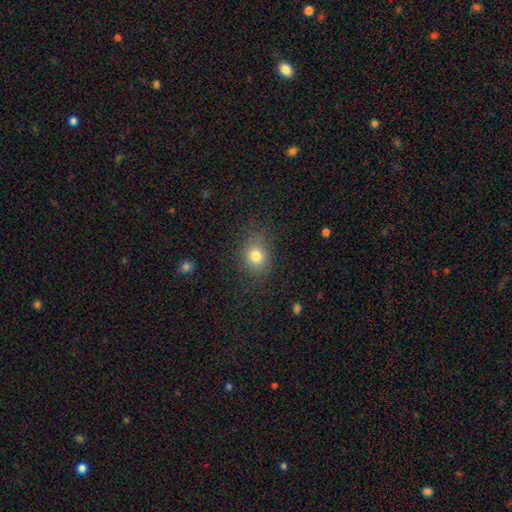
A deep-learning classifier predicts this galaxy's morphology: The model was most divided on "how rounded": round: 58%, in between: 41%, cigar-shaped: 1%. More confident: smooth or featured — smooth (79%); merging — none (77%).